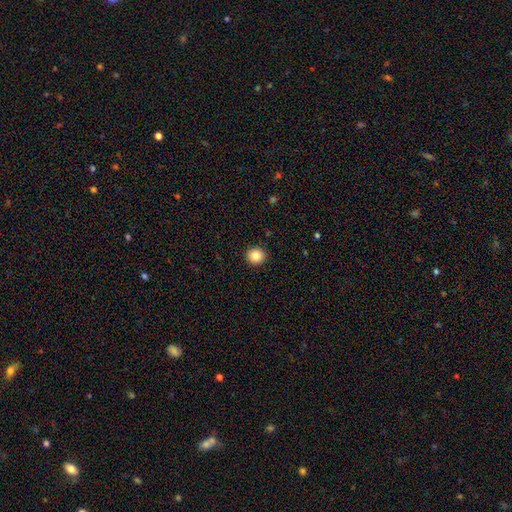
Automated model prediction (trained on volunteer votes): smooth_or_featured: smooth (p=0.84) [alt: star or artifact p=0.10]
how_rounded: round (p=0.89) [alt: in between p=0.10]
merging: none (p=0.92) [alt: minor disturbance p=0.05]